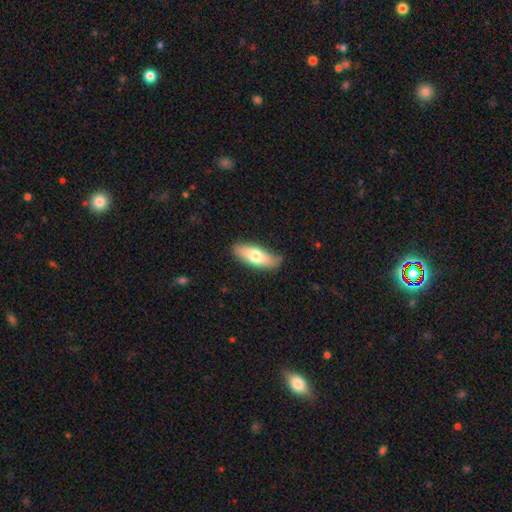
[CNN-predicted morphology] Q: Smooth or featured?
A: smooth (68%); runner-up: featured or disk (26%)
Q: How rounded?
A: in between (67%); runner-up: cigar-shaped (30%)
Q: Merging?
A: none (82%); runner-up: minor disturbance (14%)